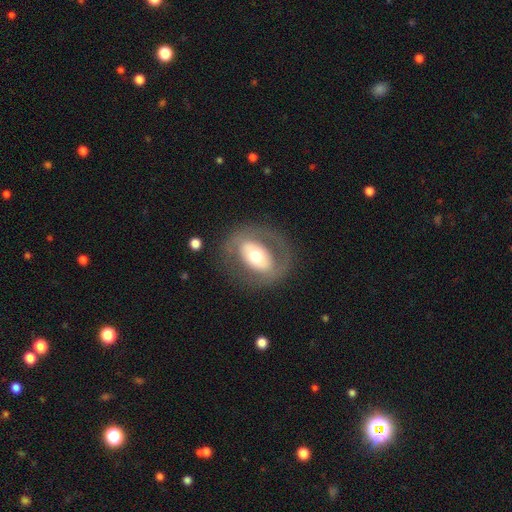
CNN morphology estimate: This is possibly a featured or disk galaxy (57%). It is clearly not viewed edge-on (93%). Bar: possibly no (51%). Spiral arm pattern: likely no (77%). Central bulge: likely moderate (62%). Merging: likely none (74%).